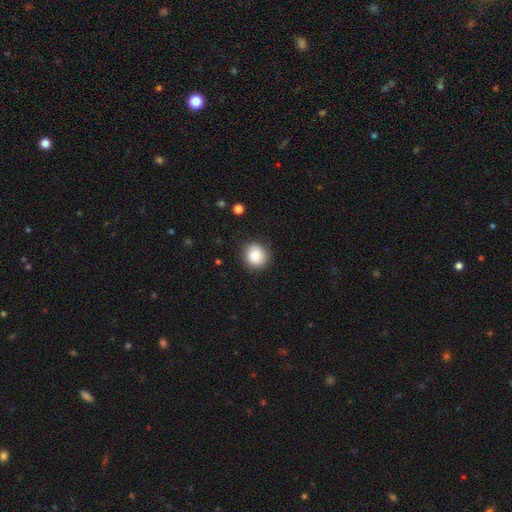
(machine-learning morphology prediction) smooth 83%, star or artifact 9%, featured or disk 9%. Down the decision tree: how rounded — round (88%); merging — none (87%).